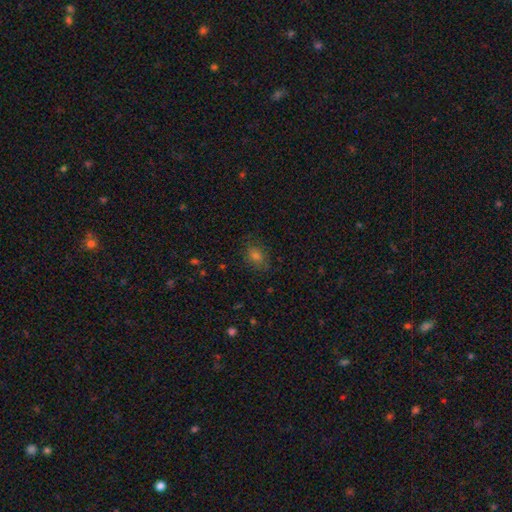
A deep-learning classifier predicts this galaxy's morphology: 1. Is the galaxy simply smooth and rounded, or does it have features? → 66% smooth, 23% star or artifact, 11% featured or disk.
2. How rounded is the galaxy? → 58% in between, 40% round, 2% cigar-shaped.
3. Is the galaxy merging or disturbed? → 80% none, 14% minor disturbance, 5% major disturbance, 1% merger.